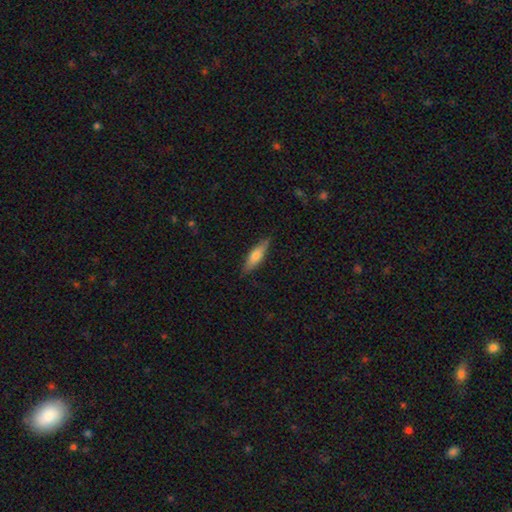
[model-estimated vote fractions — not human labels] Smooth or featured: smooth — 66% (featured or disk — 28%)
How rounded: cigar-shaped — 59% (in between — 39%)
Merging: none — 83% (minor disturbance — 13%)